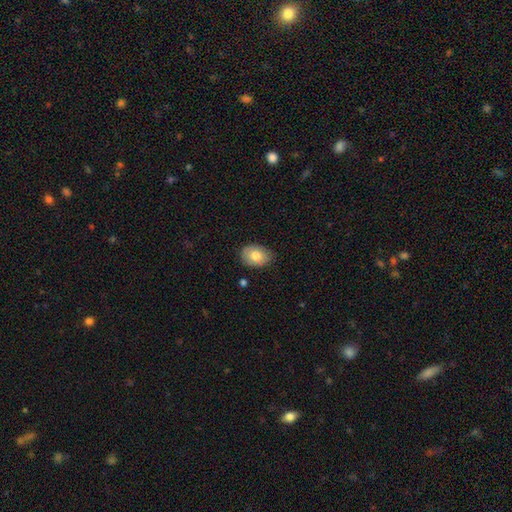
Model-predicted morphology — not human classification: smooth_or_featured: smooth (p=0.77) [alt: featured or disk p=0.16]
how_rounded: in between (p=0.75) [alt: round p=0.24]
merging: none (p=0.77) [alt: minor disturbance p=0.18]